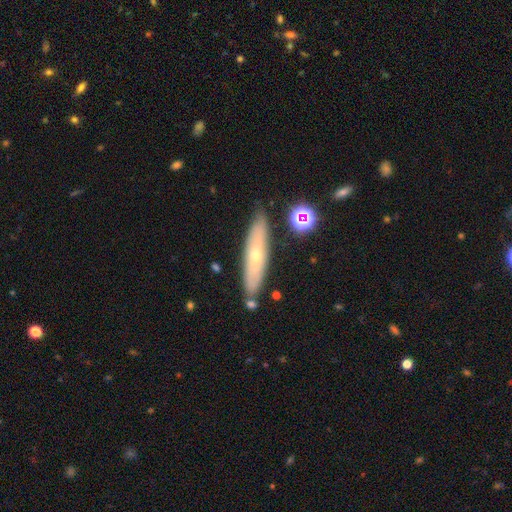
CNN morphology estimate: Smooth or featured? featured or disk (47%)
Merging? none (81%)